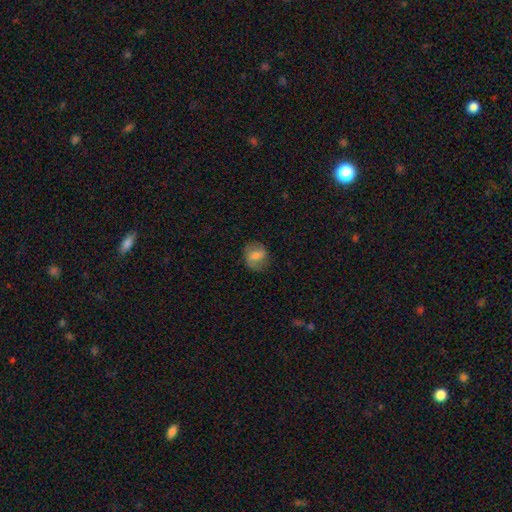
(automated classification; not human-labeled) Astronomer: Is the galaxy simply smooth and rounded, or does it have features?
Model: smooth — 60%.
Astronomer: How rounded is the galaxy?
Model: round — 63%.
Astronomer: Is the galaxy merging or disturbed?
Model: none — 74%.